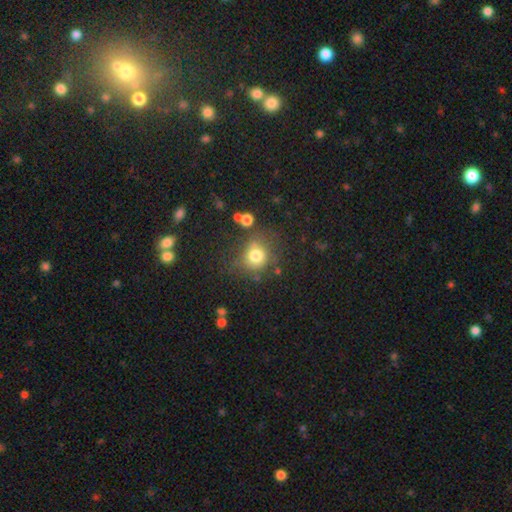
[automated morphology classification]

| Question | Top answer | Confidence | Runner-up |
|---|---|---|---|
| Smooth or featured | smooth | 76% | star or artifact (14%) |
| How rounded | round | 82% | in between (17%) |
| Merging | none | 66% | minor disturbance (16%) |